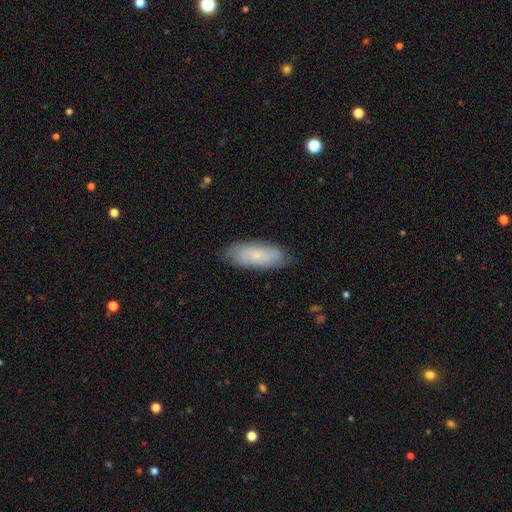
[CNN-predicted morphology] Overall: smooth (64%; featured or disk 28%). How rounded: in between (71%). Merging: none (82%).